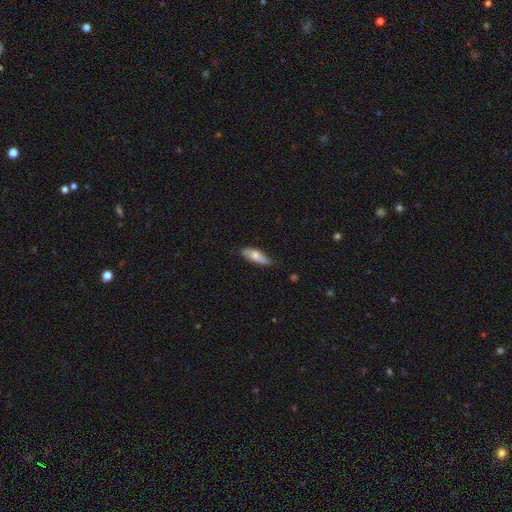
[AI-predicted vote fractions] smooth-or-featured: smooth: 69% | featured or disk: 25% | star or artifact: 6%
  how-rounded: in between: 62% | cigar-shaped: 35% | round: 2%
  merging: none: 78% | minor disturbance: 19% | major disturbance: 2% | merger: 1%